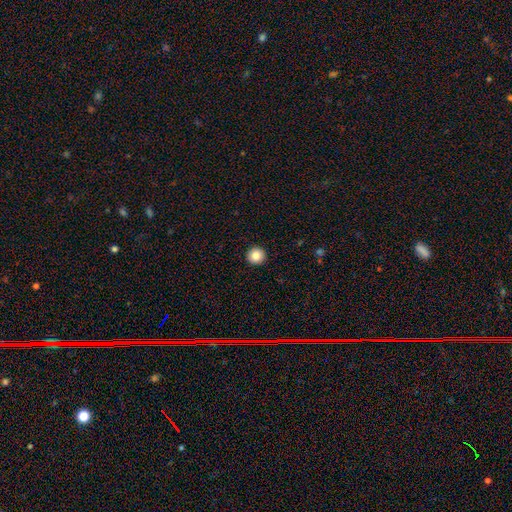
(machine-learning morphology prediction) Q: Smooth or featured?
A: smooth (85%); runner-up: star or artifact (10%)
Q: How rounded?
A: round (94%); runner-up: in between (5%)
Q: Merging?
A: none (93%); runner-up: minor disturbance (4%)